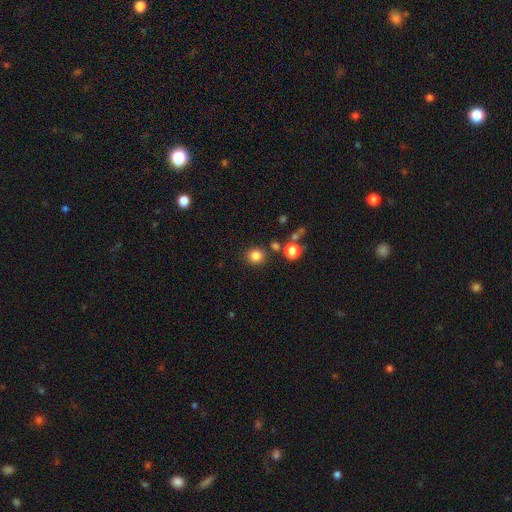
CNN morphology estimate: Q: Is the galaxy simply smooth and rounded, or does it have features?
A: smooth — 83%.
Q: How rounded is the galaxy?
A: round — 88%.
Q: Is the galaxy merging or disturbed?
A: none — 83%.